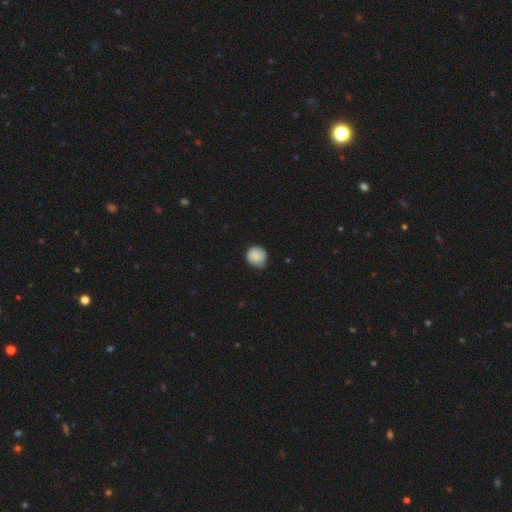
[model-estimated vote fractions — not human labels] Smooth or featured? Predicted: smooth (p=0.85). How rounded? Predicted: round (p=0.86). Merging? Predicted: none (p=0.70).